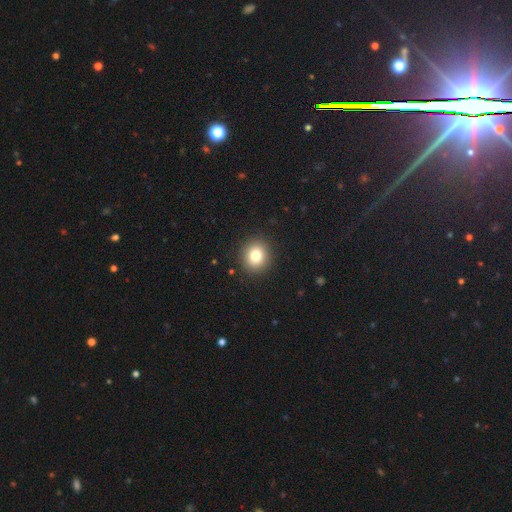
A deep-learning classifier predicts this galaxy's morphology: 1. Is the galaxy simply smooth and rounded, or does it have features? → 80% smooth, 11% star or artifact, 9% featured or disk.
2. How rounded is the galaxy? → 84% round, 15% in between, 1% cigar-shaped.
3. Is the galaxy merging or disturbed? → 91% none, 6% minor disturbance, 2% major disturbance, 1% merger.